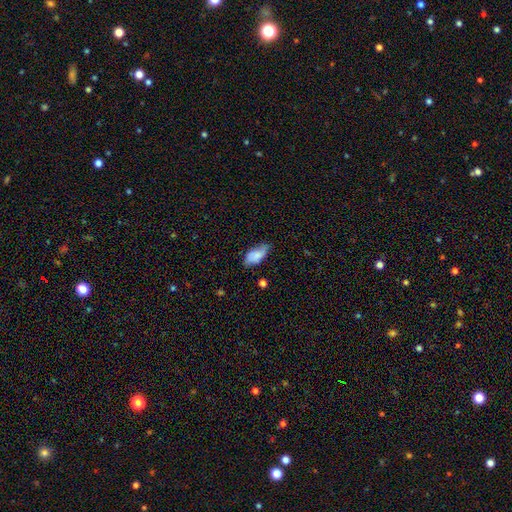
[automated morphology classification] Smooth or featured? Predicted: smooth (p=0.78). How rounded? Predicted: in between (p=0.89). Merging? Predicted: none (p=0.60).